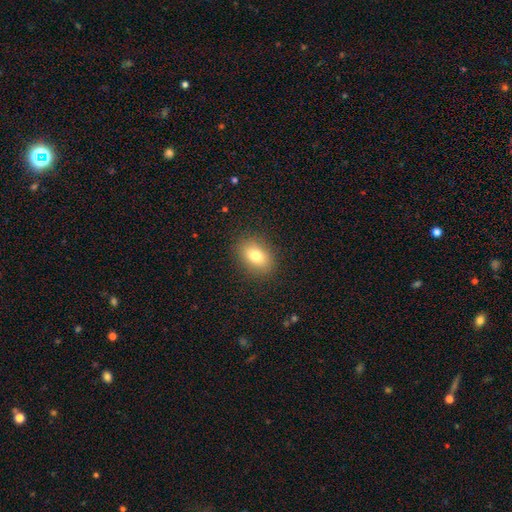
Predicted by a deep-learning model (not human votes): A smooth galaxy with no disk features (79%) that is in between round and cigar-shaped (76%).

Vote fractions:
- Smooth or featured? smooth: 79% / featured or disk: 11% / star or artifact: 10%
- How rounded? in between: 76% / round: 22% / cigar-shaped: 2%
- Merging? none: 88% / minor disturbance: 8% / major disturbance: 3% / merger: 1%